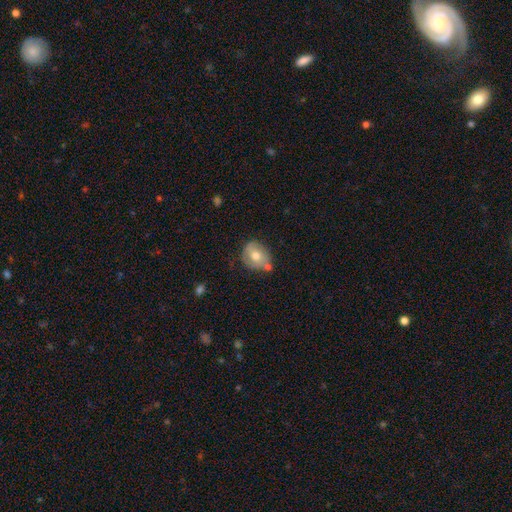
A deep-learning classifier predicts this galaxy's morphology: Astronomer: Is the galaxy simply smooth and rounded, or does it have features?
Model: smooth — 65%.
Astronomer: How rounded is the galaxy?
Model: round — 63%.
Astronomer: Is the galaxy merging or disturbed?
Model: none — 63%.